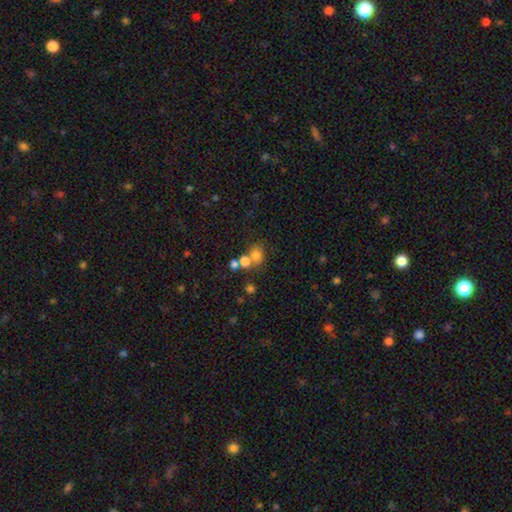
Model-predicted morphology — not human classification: Smooth or featured? Predicted: smooth (p=0.72). How rounded? Predicted: round (p=0.65). Merging? Predicted: none (p=0.47).